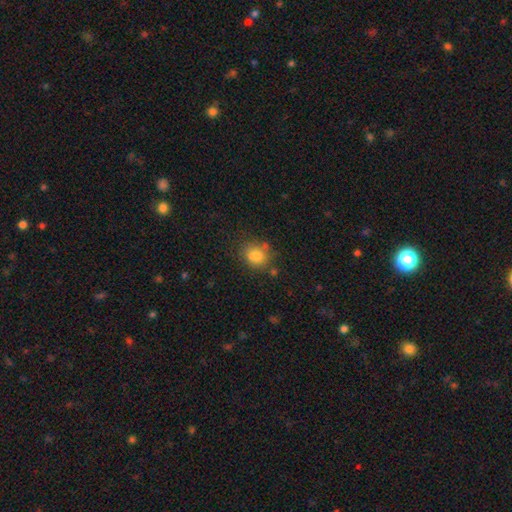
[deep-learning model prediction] Smooth or featured?
  - smooth: 81% *
  - star or artifact: 11%
  - featured or disk: 9%
How rounded?
  - round: 51% *
  - in between: 48%
  - cigar-shaped: 1%
Merging?
  - none: 63% *
  - minor disturbance: 20%
  - merger: 10%
  - major disturbance: 7%